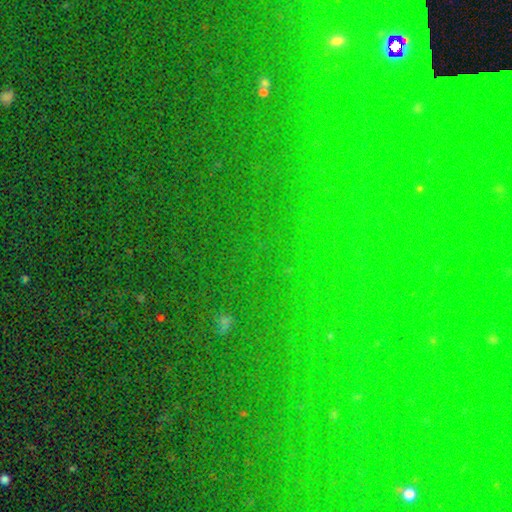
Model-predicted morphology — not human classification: The model was most divided on "smooth or featured": star or artifact: 82%, smooth: 11%, featured or disk: 8%.